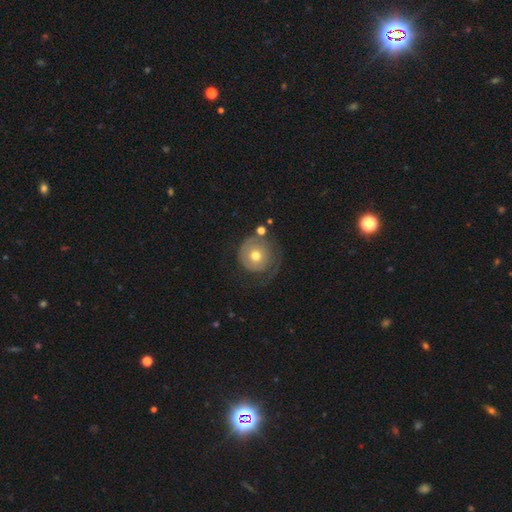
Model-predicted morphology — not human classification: Smooth or featured? Predicted: smooth (p=0.48). Merging? Predicted: none (p=0.48).